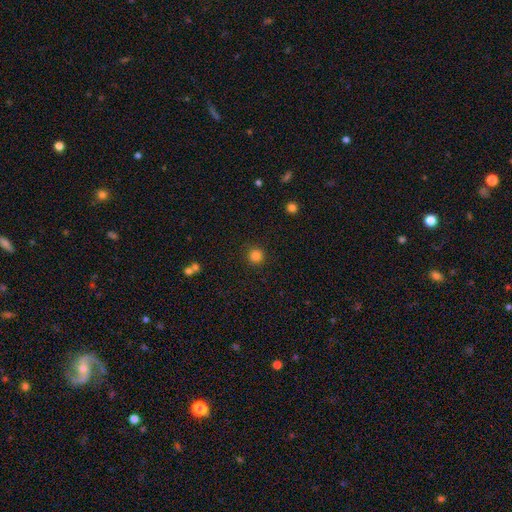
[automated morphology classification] smooth_or_featured: smooth (p=0.84) [alt: star or artifact p=0.12]
how_rounded: round (p=0.94) [alt: in between p=0.05]
merging: none (p=0.90) [alt: minor disturbance p=0.06]